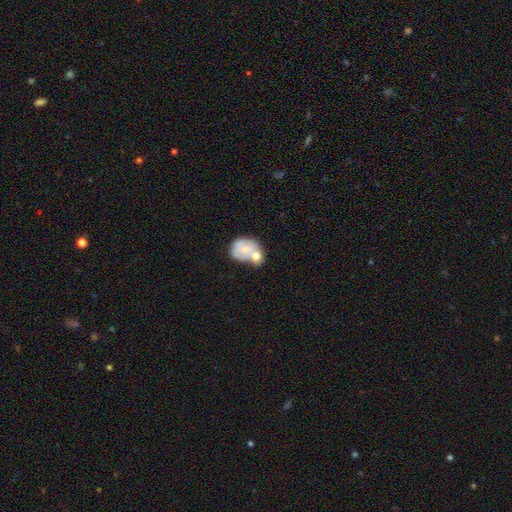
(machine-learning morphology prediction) This appears to be a smooth galaxy with no disk features (53%) that is in between round and cigar-shaped (55%). Merging: merger (45%).